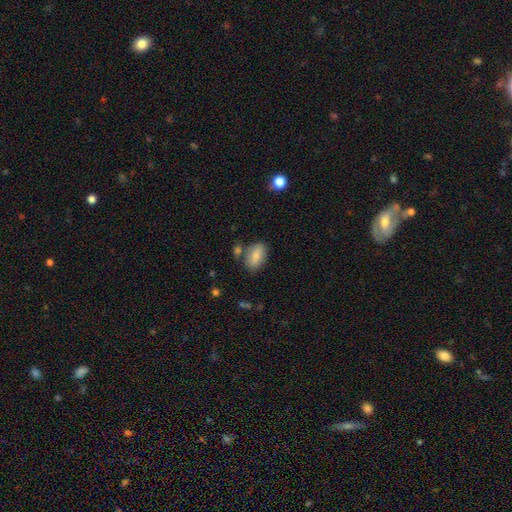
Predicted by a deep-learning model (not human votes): Morphology: type=smooth (82%); roundness=in between (90%); merging=none (71%).